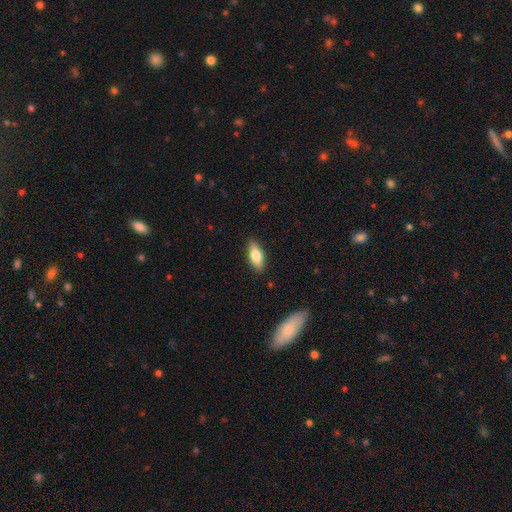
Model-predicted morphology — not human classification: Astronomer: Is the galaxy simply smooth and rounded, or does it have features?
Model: smooth — 72%.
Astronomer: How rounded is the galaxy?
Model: in between — 74%.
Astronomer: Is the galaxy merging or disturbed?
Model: none — 87%.